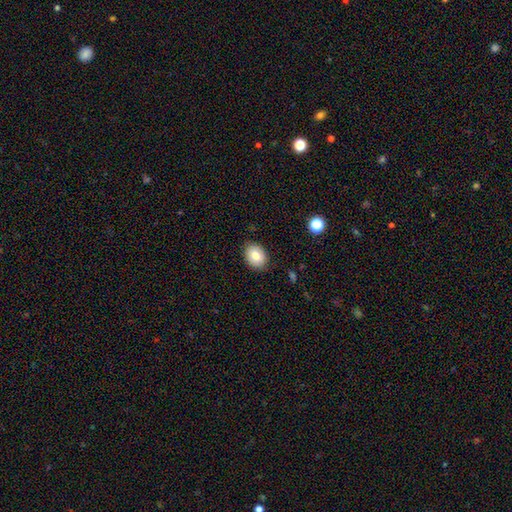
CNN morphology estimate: The model was most divided on "how rounded": in between: 59%, round: 41%, cigar-shaped: 1%. More confident: merging — none (86%); smooth or featured — smooth (78%).